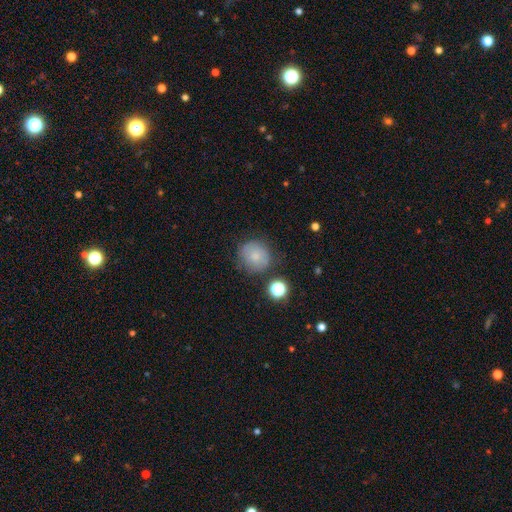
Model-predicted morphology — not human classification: This is likely a smooth galaxy (76%). How rounded: clearly round (89%). Merging: likely none (72%).